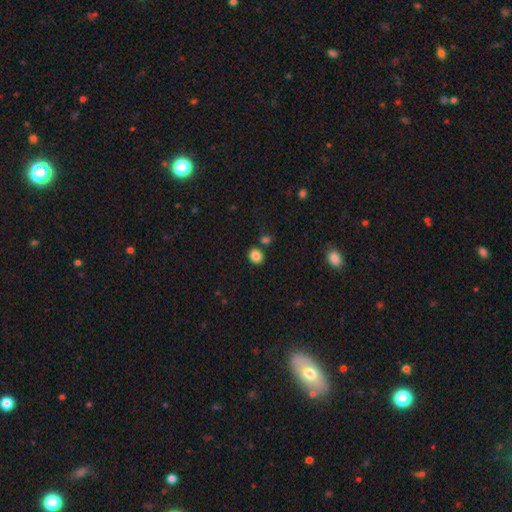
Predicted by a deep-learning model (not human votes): Smooth or featured? Predicted: smooth (p=0.85). How rounded? Predicted: round (p=0.73). Merging? Predicted: none (p=0.81).